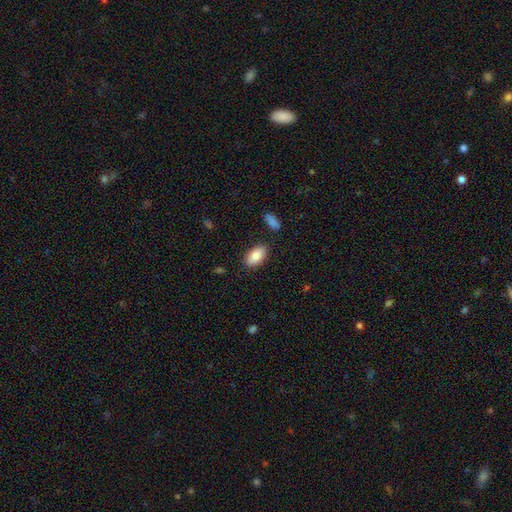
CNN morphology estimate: This appears to be a smooth galaxy with no disk features (84%) that is in between round and cigar-shaped (93%). Merging: none (85%).